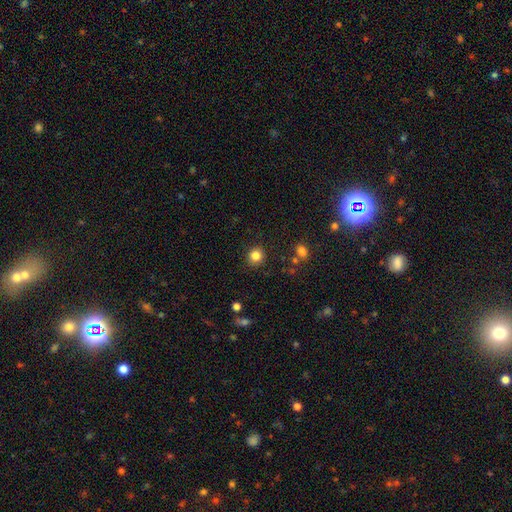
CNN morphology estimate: Q: Smooth or featured?
A: smooth (85%); runner-up: star or artifact (11%)
Q: How rounded?
A: round (90%); runner-up: in between (9%)
Q: Merging?
A: none (89%); runner-up: minor disturbance (7%)